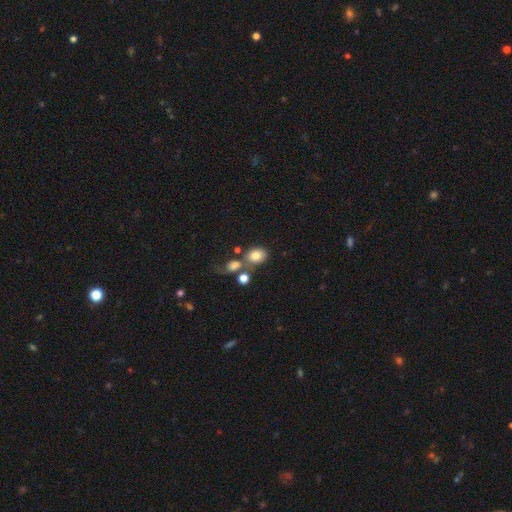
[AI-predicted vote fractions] A smooth galaxy with no disk features (80%) that is in between round and cigar-shaped (58%). Merging: none (48%).